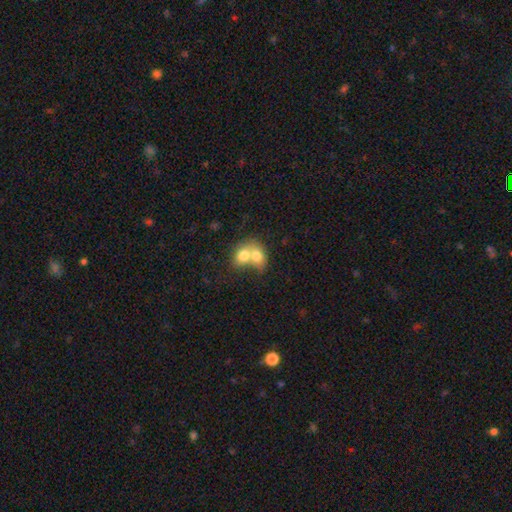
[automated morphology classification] This appears to be a smooth galaxy with no disk features (71%) that is in between round and cigar-shaped (56%). Merging: merger (77%).